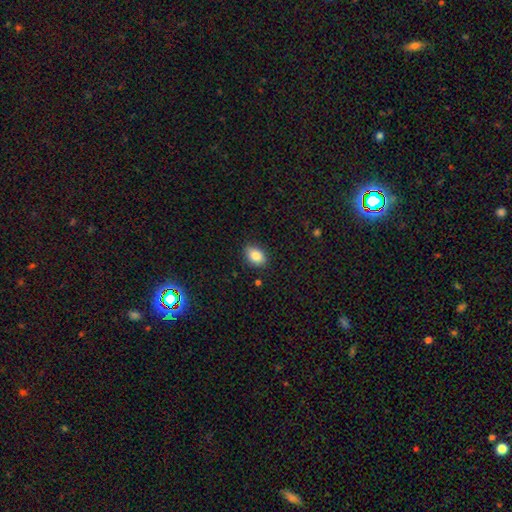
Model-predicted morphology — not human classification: The model was most divided on "how rounded": in between: 78%, round: 21%, cigar-shaped: 1%. More confident: smooth or featured — smooth (86%); merging — none (82%).